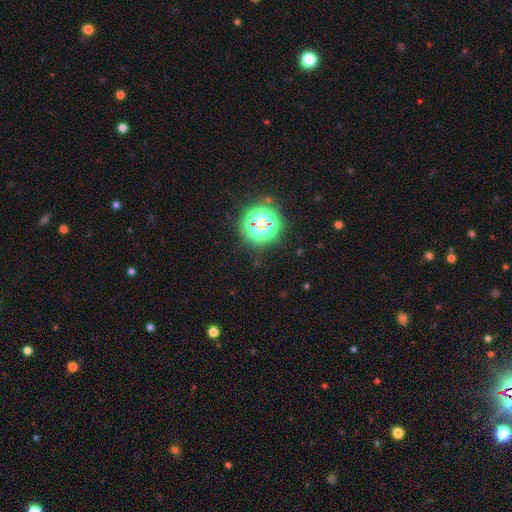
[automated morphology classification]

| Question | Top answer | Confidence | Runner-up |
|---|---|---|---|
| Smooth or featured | star or artifact | 82% | smooth (12%) |